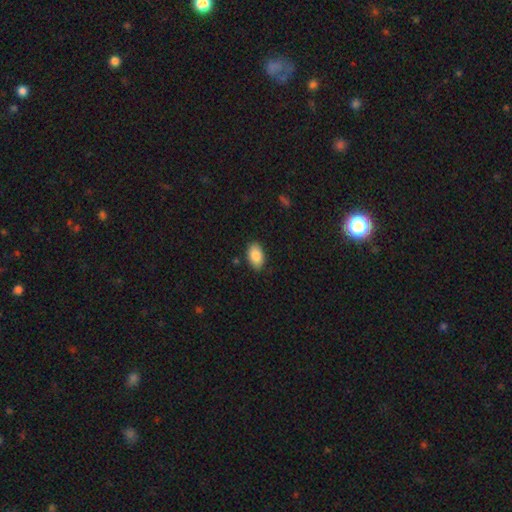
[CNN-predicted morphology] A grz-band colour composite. It shows a smooth galaxy with no disk features (87%) that is in between round and cigar-shaped (93%). Merging: none (85%).